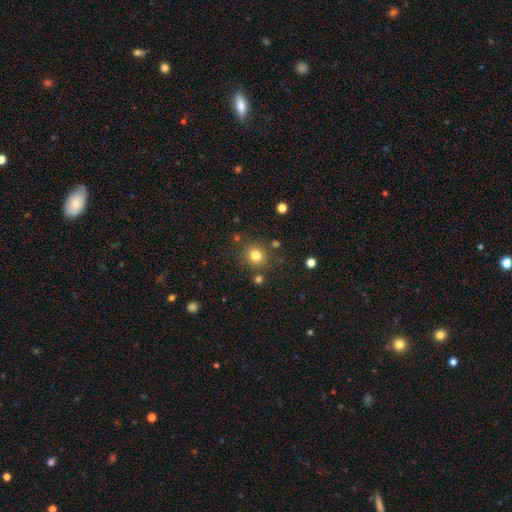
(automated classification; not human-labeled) smooth_or_featured: smooth (p=0.79) [alt: star or artifact p=0.14]
how_rounded: round (p=0.85) [alt: in between p=0.14]
merging: none (p=0.83) [alt: minor disturbance p=0.08]